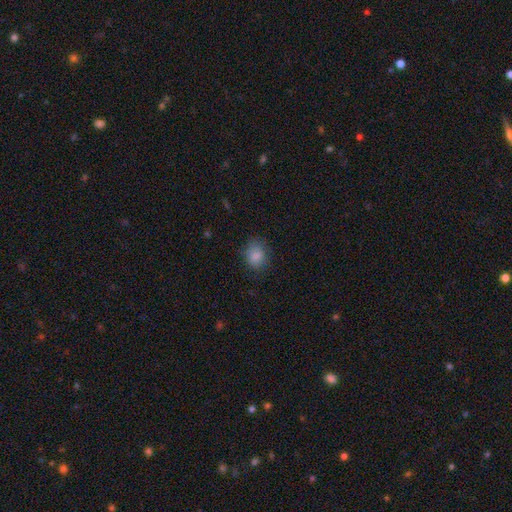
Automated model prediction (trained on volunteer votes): Overall: smooth (85%). How rounded: round (54%; in between 45%). Merging: none (76%).